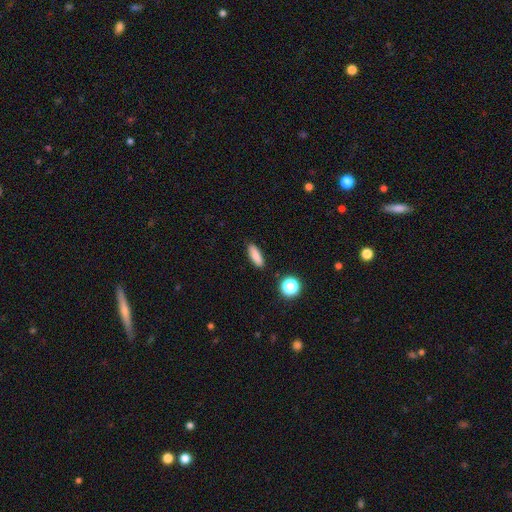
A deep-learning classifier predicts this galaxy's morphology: Smooth or featured: smooth — 85% (star or artifact — 9%)
How rounded: in between — 56% (cigar-shaped — 40%)
Merging: none — 89% (minor disturbance — 8%)